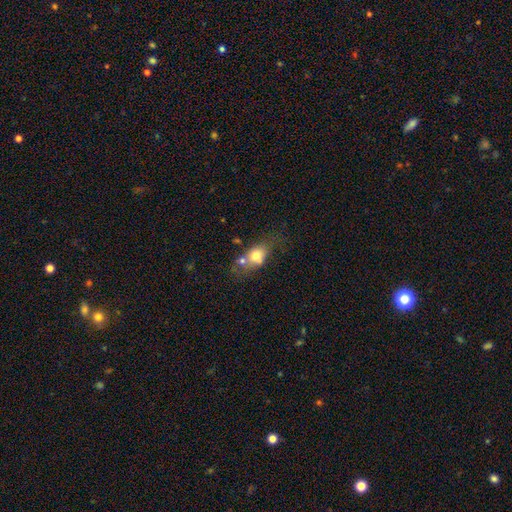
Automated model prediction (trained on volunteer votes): A smooth galaxy with no disk features (68%) that is in between round and cigar-shaped (61%). Merging: none (38%).